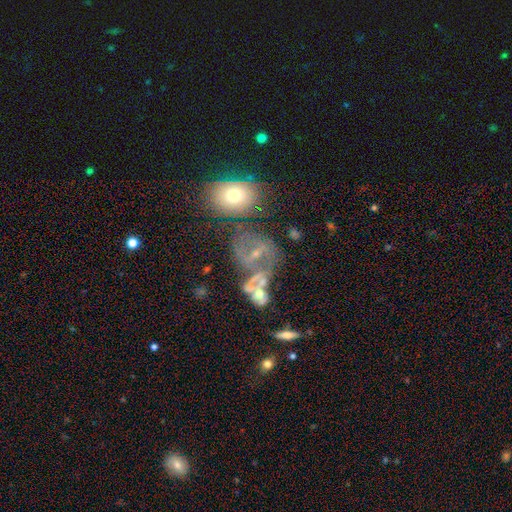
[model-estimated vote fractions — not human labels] This appears to be a featured or disk galaxy (43%). Merging: none (38%).